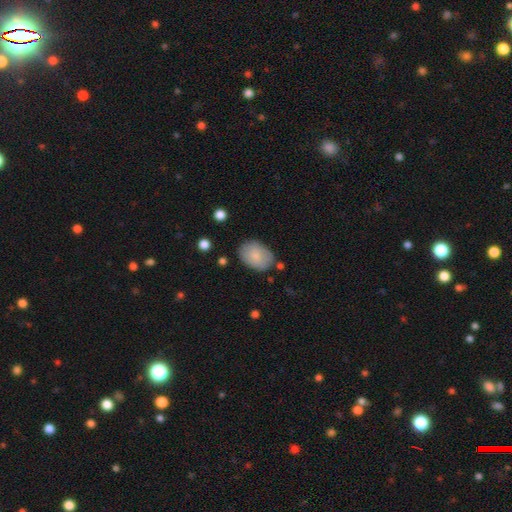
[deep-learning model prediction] This is clearly a smooth galaxy (83%). How rounded: clearly in between (82%). Merging: likely none (78%).